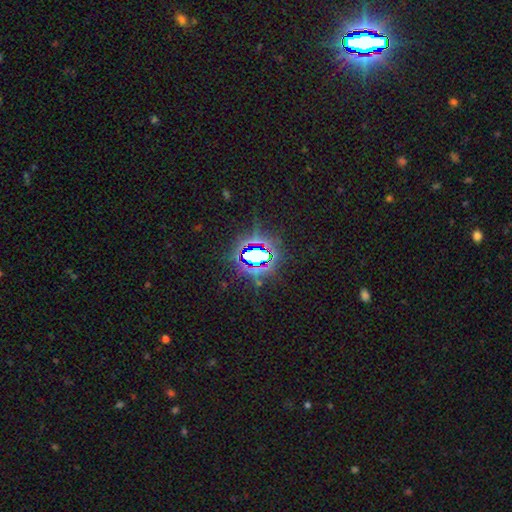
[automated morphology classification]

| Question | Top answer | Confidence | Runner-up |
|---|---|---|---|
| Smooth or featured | star or artifact | 76% | smooth (14%) |